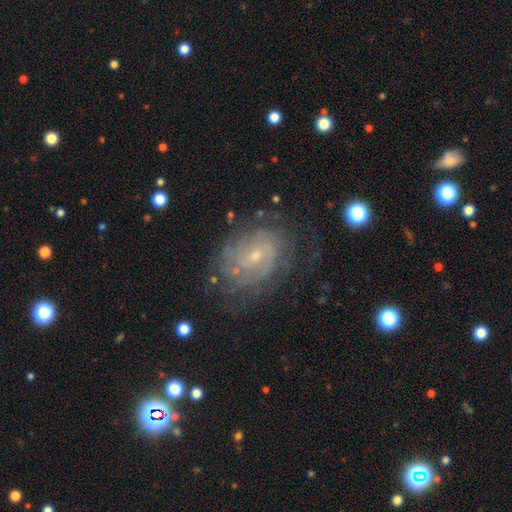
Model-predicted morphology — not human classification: A featured or disk galaxy (77%) with no bar (62%), tight (60%) spiral arms (87%) and a small central bulge (72%). Merging: none (66%).